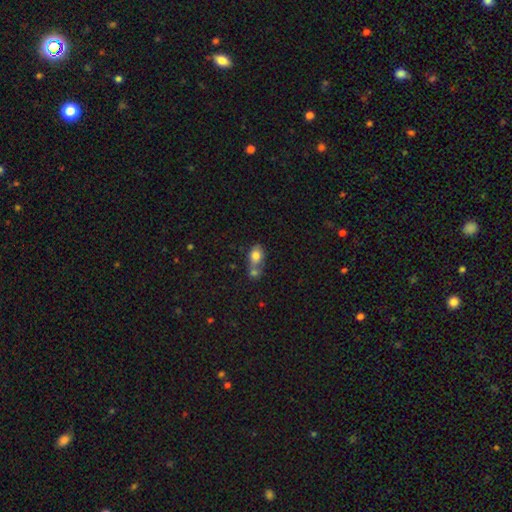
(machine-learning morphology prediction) type=smooth (79%); roundness=in between (68%); merging=merger (55%).